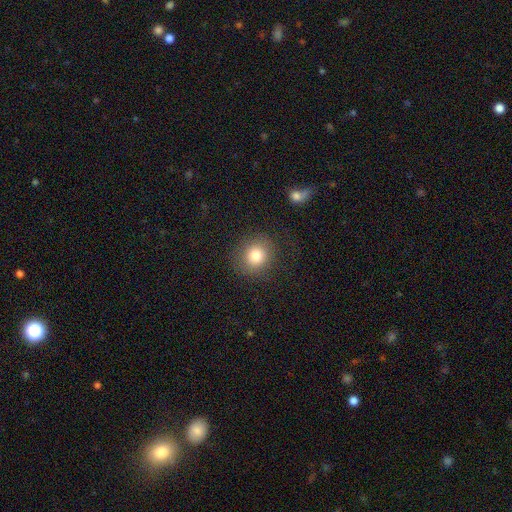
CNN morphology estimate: type=smooth (80%); roundness=round (82%); merging=none (85%).